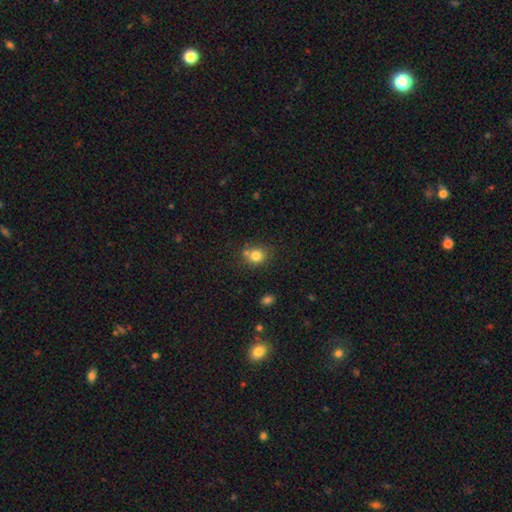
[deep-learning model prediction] Smooth or featured? Predicted: smooth (p=0.80). How rounded? Predicted: round (p=0.73). Merging? Predicted: none (p=0.61).